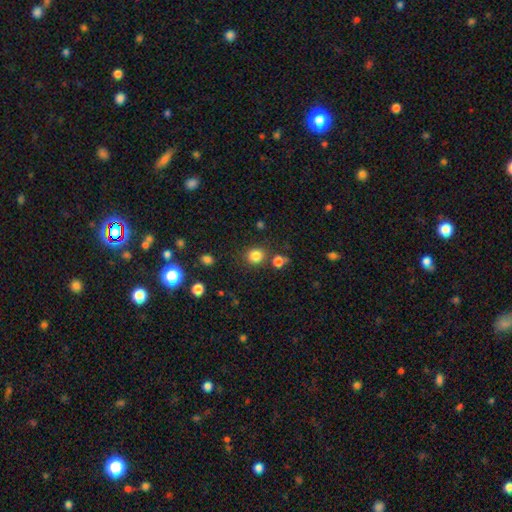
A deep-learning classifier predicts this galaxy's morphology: Q: Smooth or featured?
A: smooth (82%); runner-up: star or artifact (13%)
Q: How rounded?
A: round (82%); runner-up: in between (17%)
Q: Merging?
A: none (78%); runner-up: minor disturbance (9%)